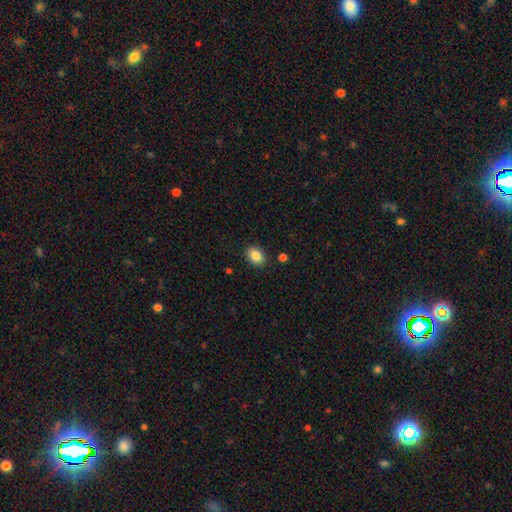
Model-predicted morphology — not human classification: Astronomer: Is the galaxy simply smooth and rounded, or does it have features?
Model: smooth — 85%.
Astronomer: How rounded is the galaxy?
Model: in between — 76%.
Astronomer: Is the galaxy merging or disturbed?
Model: none — 88%.